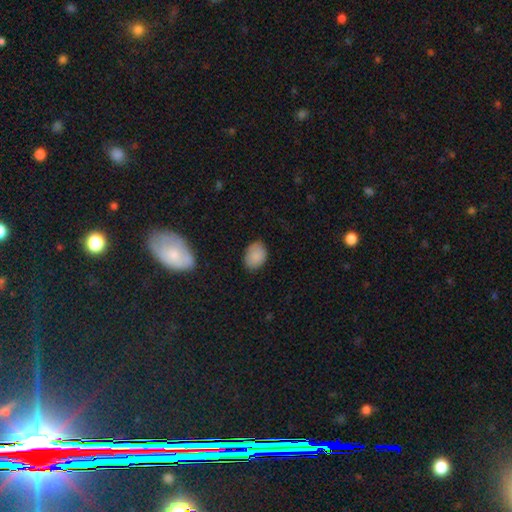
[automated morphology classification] A smooth galaxy with no disk features (87%) that is in between round and cigar-shaped (72%).

Vote fractions:
- Smooth or featured? smooth: 87% / star or artifact: 8% / featured or disk: 5%
- How rounded? in between: 72% / round: 27% / cigar-shaped: 1%
- Merging? none: 82% / minor disturbance: 14% / major disturbance: 3% / merger: 1%